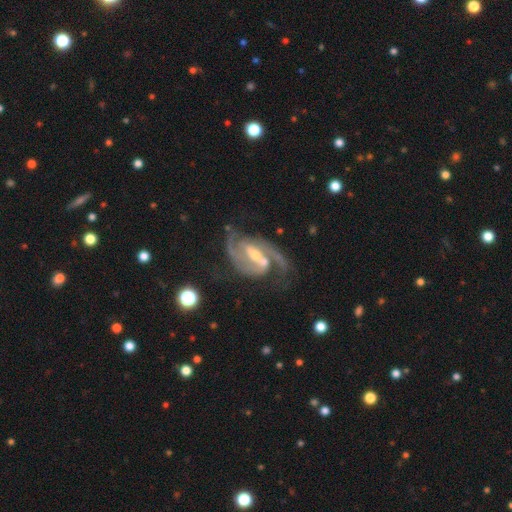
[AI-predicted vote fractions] This is clearly a featured or disk galaxy (92%). It is clearly not viewed edge-on (97%). Bar: possibly strong (46%). Spiral arm pattern: clearly yes (98%). Spiral arm count: clearly 2 (86%). Spiral winding: likely medium (60%). Central bulge: possibly small (48%). Merging: likely none (61%).